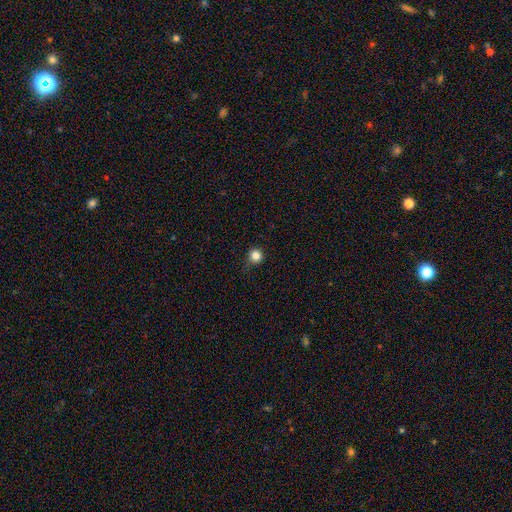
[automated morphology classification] smooth_or_featured: smooth (p=0.83) [alt: star or artifact p=0.13]
how_rounded: round (p=0.94) [alt: in between p=0.05]
merging: none (p=0.85) [alt: minor disturbance p=0.11]